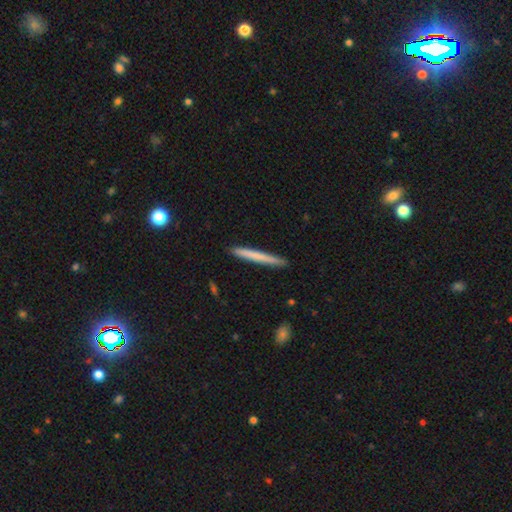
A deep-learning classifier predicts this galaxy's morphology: Overall: smooth (66%; featured or disk 28%). How rounded: cigar-shaped (97%). Merging: none (90%).